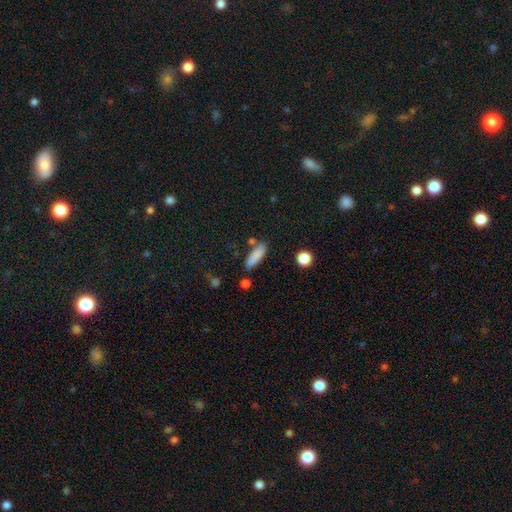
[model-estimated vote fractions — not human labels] This is clearly a smooth galaxy (84%). How rounded: possibly cigar-shaped (54%). Merging: likely none (77%).